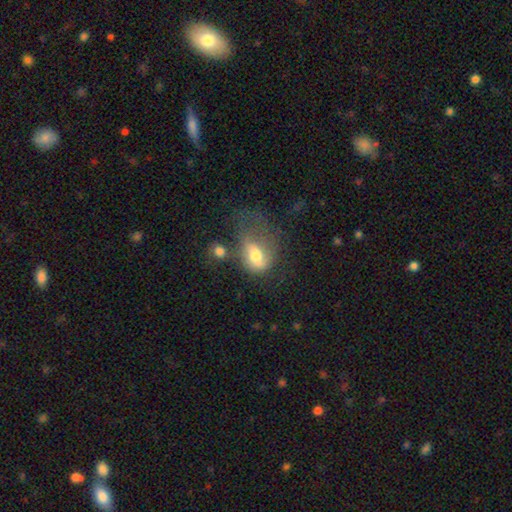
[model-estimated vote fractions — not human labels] Overall: smooth (62%; featured or disk 28%). How rounded: in between (69%; round 29%). Merging: major disturbance (47%; minor disturbance 19%).